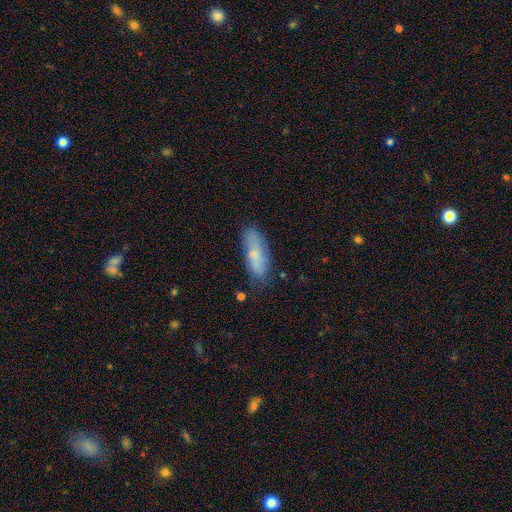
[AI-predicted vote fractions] Q: Smooth or featured?
A: smooth (69%); runner-up: featured or disk (24%)
Q: How rounded?
A: in between (62%); runner-up: cigar-shaped (36%)
Q: Merging?
A: none (73%); runner-up: minor disturbance (20%)